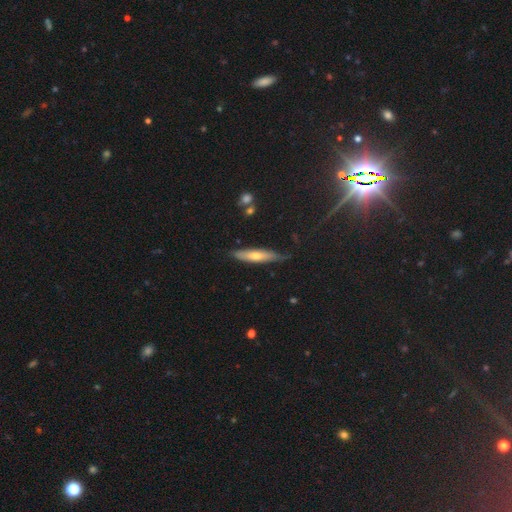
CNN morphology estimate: smooth_or_featured: smooth (p=0.50) [alt: featured or disk p=0.42]
merging: none (p=0.79) [alt: minor disturbance p=0.17]